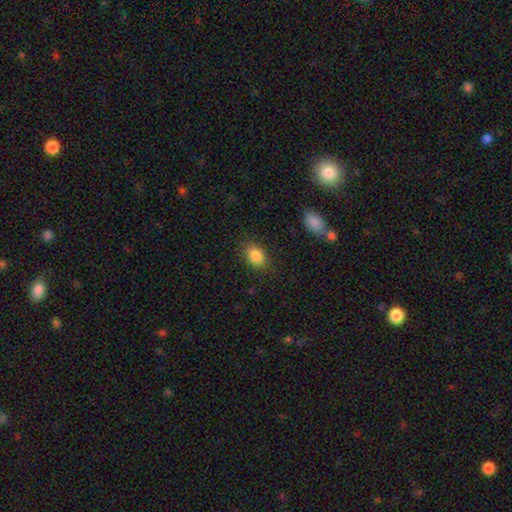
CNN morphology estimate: smooth 86%, star or artifact 8%, featured or disk 5%. Down the decision tree: how rounded — in between (79%); merging — none (82%).